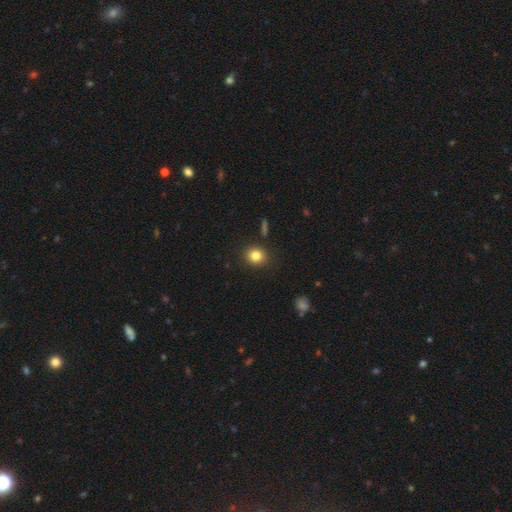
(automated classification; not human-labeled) Smooth or featured? Predicted: smooth (p=0.83). How rounded? Predicted: round (p=0.80). Merging? Predicted: none (p=0.89).